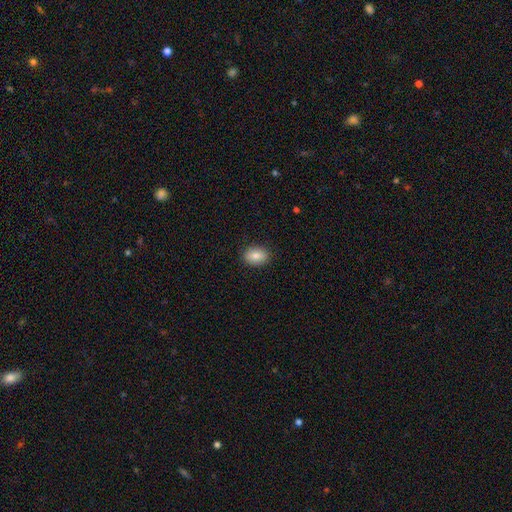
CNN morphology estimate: Overall: smooth (85%). How rounded: in between (77%). Merging: none (89%).